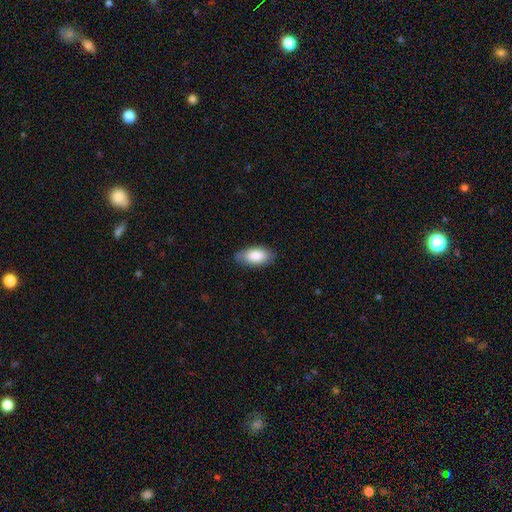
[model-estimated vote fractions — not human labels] A smooth galaxy with no disk features (84%) that is in between round and cigar-shaped (93%). Merging: none (80%).